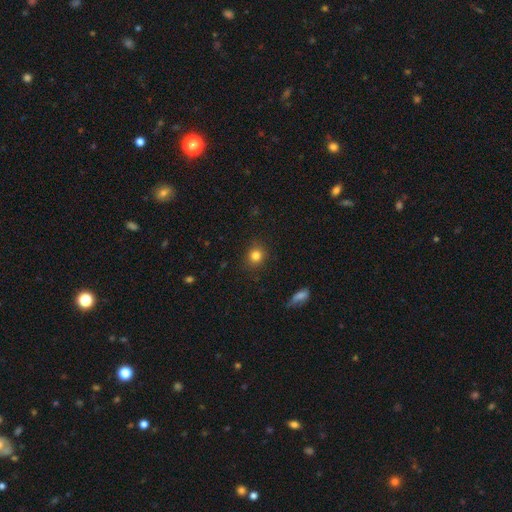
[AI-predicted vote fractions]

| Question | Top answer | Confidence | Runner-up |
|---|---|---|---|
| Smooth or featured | smooth | 82% | star or artifact (12%) |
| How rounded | round | 83% | in between (16%) |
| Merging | none | 88% | minor disturbance (9%) |